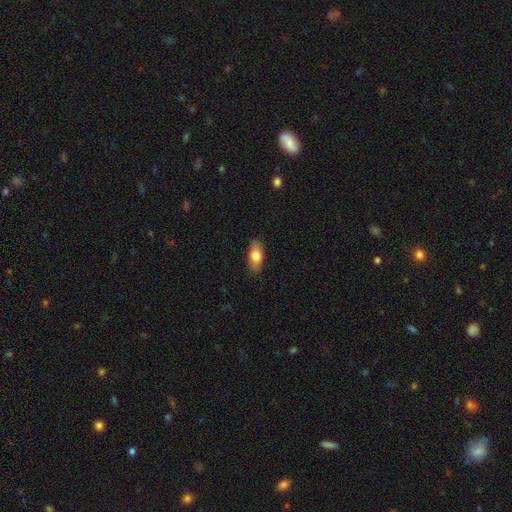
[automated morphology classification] Smooth or featured? smooth (76%)
How rounded? in between (81%)
Merging? none (86%)